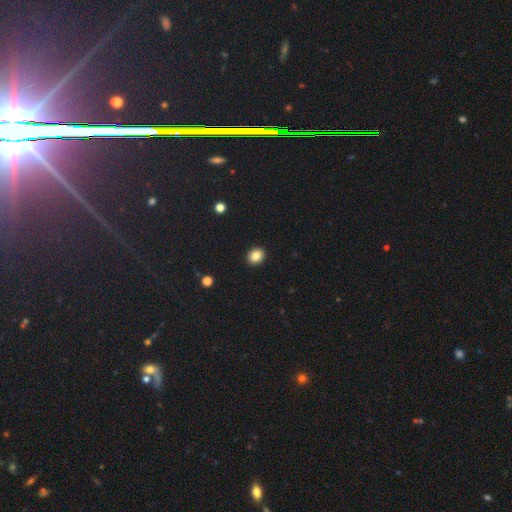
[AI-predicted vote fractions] This is clearly a smooth galaxy (85%). How rounded: likely round (61%). Merging: clearly none (92%).